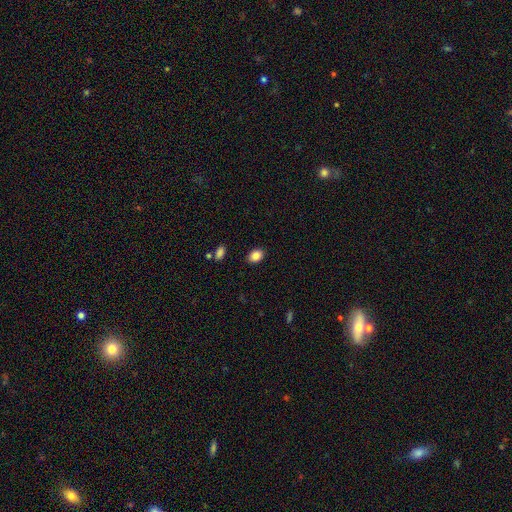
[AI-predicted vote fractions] This is clearly a smooth galaxy (86%). How rounded: likely in between (74%). Merging: clearly none (88%).